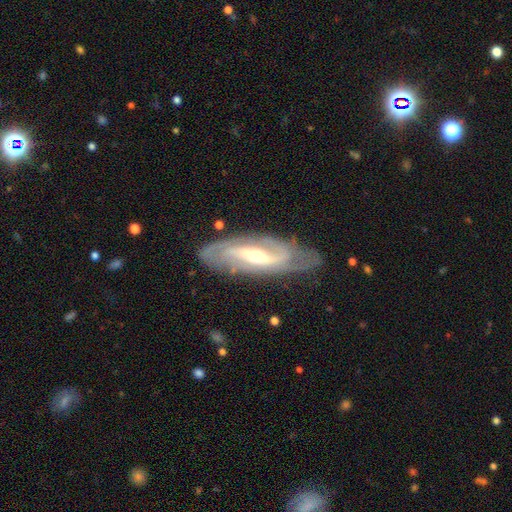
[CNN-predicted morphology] This is clearly a featured or disk galaxy (84%). It is clearly not viewed edge-on (86%). Bar: marginally strong (40%). Spiral arm pattern: clearly yes (92%). Spiral arm count: likely 2 (70%). Spiral winding: marginally medium (42%). Central bulge: possibly moderate (59%). Merging: likely none (70%).